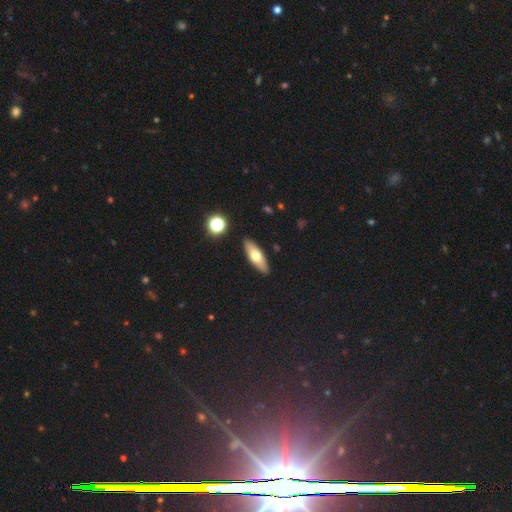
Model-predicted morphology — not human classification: smooth-or-featured: smooth: 61% | featured or disk: 32% | star or artifact: 7%
  how-rounded: in between: 59% | cigar-shaped: 37% | round: 3%
  merging: none: 89% | minor disturbance: 7% | merger: 2% | major disturbance: 2%